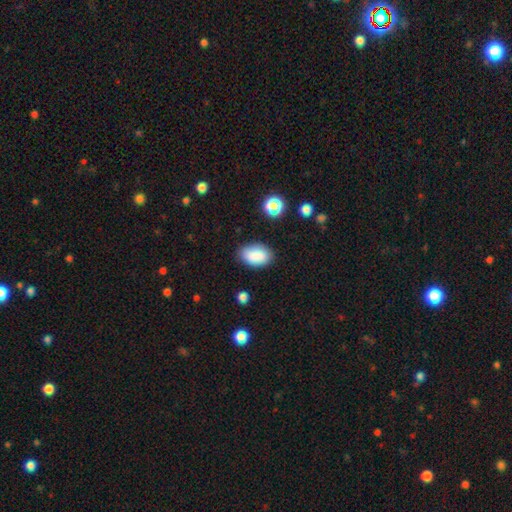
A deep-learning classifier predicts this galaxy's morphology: smooth-or-featured: smooth: 87% | star or artifact: 8% | featured or disk: 5%
  how-rounded: in between: 91% | round: 7% | cigar-shaped: 1%
  merging: none: 81% | minor disturbance: 14% | major disturbance: 3% | merger: 2%